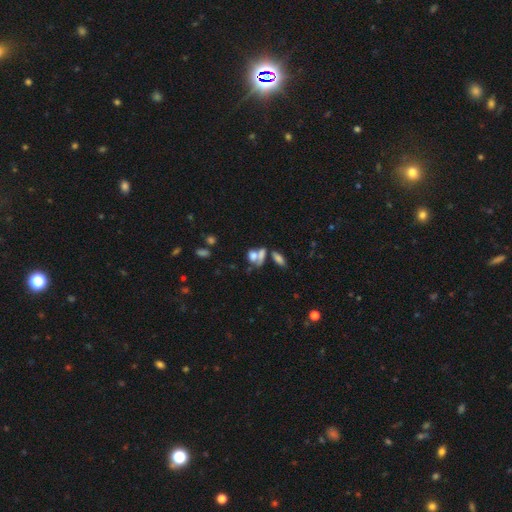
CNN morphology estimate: Smooth or featured? smooth (65%)
How rounded? in between (62%)
Merging? merger (49%)